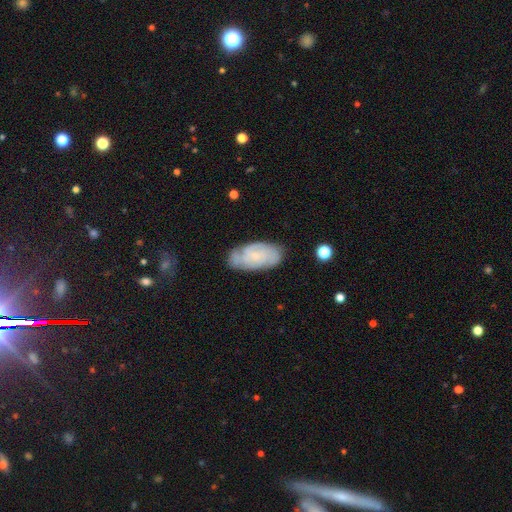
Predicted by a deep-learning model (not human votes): Q: Smooth or featured?
A: featured or disk (67%); runner-up: smooth (26%)
Q: Edge-on disk?
A: no (95%); runner-up: yes (5%)
Q: Bar?
A: no (60%); runner-up: weak (34%)
Q: Spiral arms?
A: yes (91%); runner-up: no (9%)
Q: Spiral winding?
A: tight (58%); runner-up: medium (33%)
Q: Spiral arm count?
A: can't tell (34%); runner-up: 2 (29%)
Q: Bulge size?
A: small (63%); runner-up: none (19%)
Q: Merging?
A: none (72%); runner-up: minor disturbance (21%)